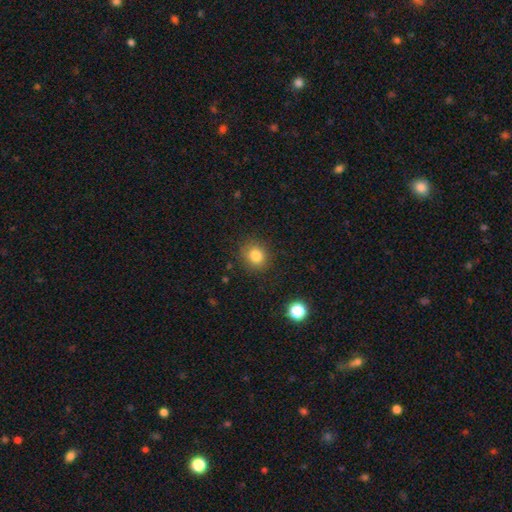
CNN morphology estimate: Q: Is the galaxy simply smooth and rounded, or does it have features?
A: smooth — 82%.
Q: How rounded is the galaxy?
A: round — 76%.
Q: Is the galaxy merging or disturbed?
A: none — 86%.